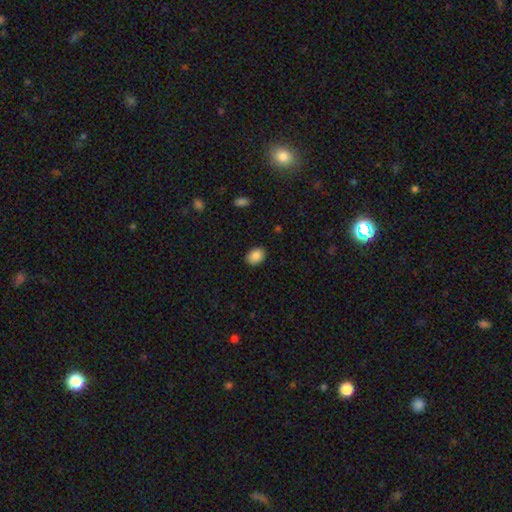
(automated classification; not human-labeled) smooth 87%, star or artifact 8%, featured or disk 5%. Down the decision tree: how rounded — in between (63%); merging — none (88%).